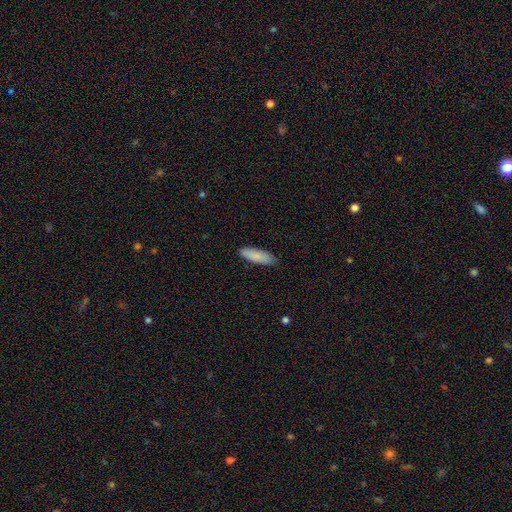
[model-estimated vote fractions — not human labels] smooth_or_featured: smooth (p=0.86) [alt: featured or disk p=0.08]
how_rounded: in between (p=0.54) [alt: cigar-shaped p=0.45]
merging: none (p=0.86) [alt: minor disturbance p=0.11]